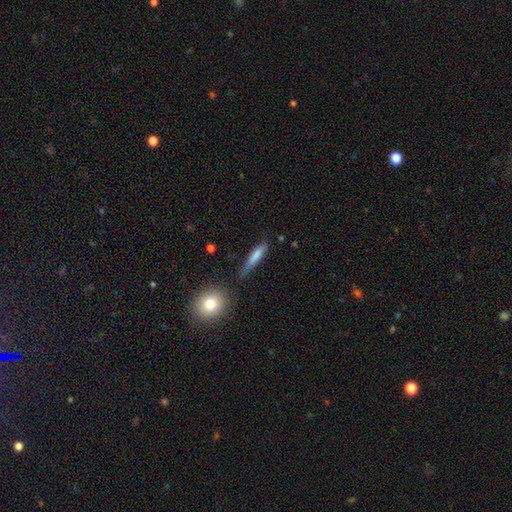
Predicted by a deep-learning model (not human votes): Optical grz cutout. It shows a smooth galaxy with no disk features (73%) that is cigar-shaped (82%). Merging: none (56%).